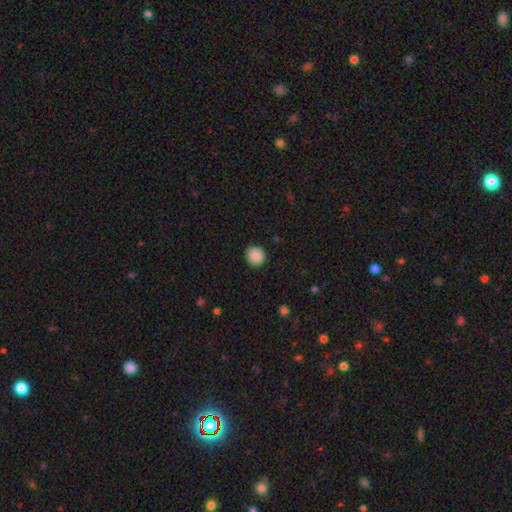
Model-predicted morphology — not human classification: A smooth galaxy with no disk features (88%) that is round (92%). Merging: none (89%).